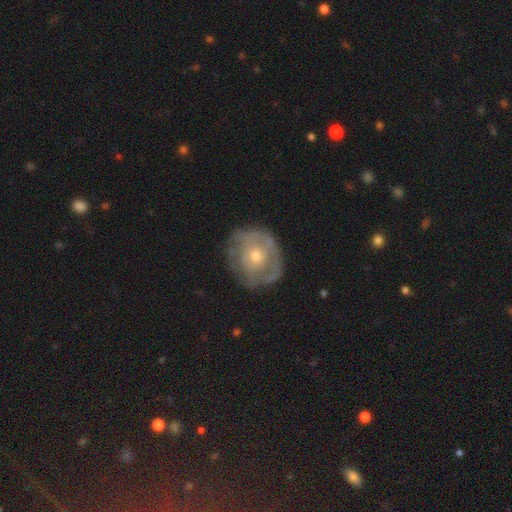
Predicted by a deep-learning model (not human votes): The model was most divided on "bulge size": moderate: 49%, small: 46%, large: 2%, none: 1%, dominant: 1%. More confident: edge-on disk — no (96%); bar — no (85%); merging — none (70%); smooth or featured — featured or disk (66%); spiral arms — yes (56%).